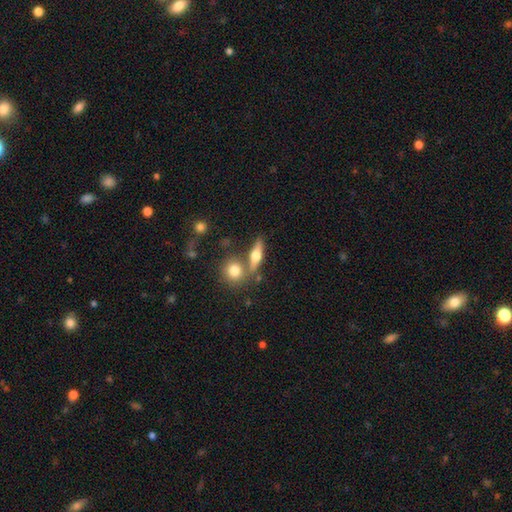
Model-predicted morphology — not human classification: Smooth or featured?
  - featured or disk: 51% *
  - smooth: 42%
  - star or artifact: 8%
Edge-on disk?
  - yes: 90% *
  - no: 10%
Merging?
  - none: 69% *
  - merger: 17%
  - minor disturbance: 10%
  - major disturbance: 4%